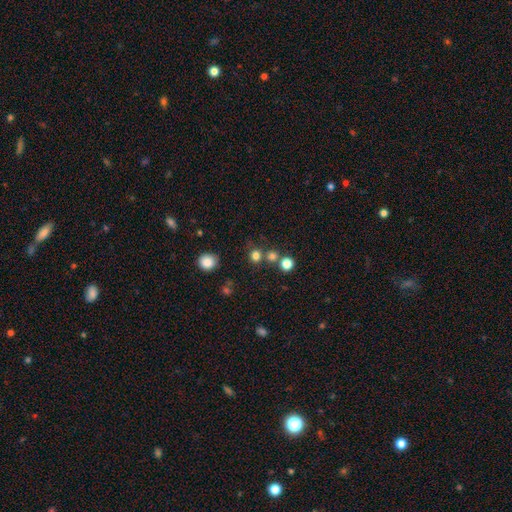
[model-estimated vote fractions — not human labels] Smooth or featured?
  - smooth: 76% *
  - star or artifact: 18%
  - featured or disk: 6%
How rounded?
  - round: 89% *
  - in between: 10%
  - cigar-shaped: 1%
Merging?
  - none: 69% *
  - merger: 19%
  - minor disturbance: 8%
  - major disturbance: 4%